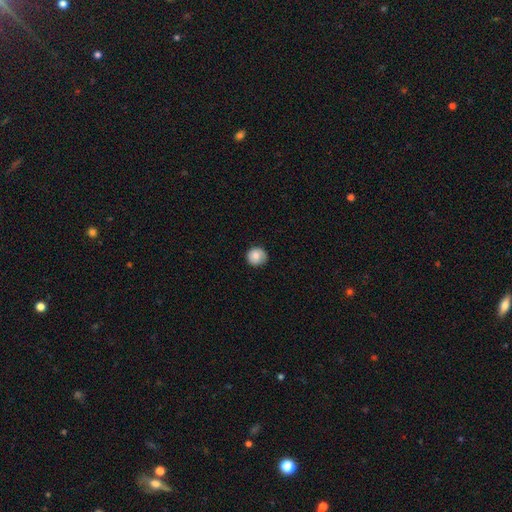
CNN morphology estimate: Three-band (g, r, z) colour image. It shows a smooth galaxy with no disk features (83%) that is round (91%). Merging: none (83%).